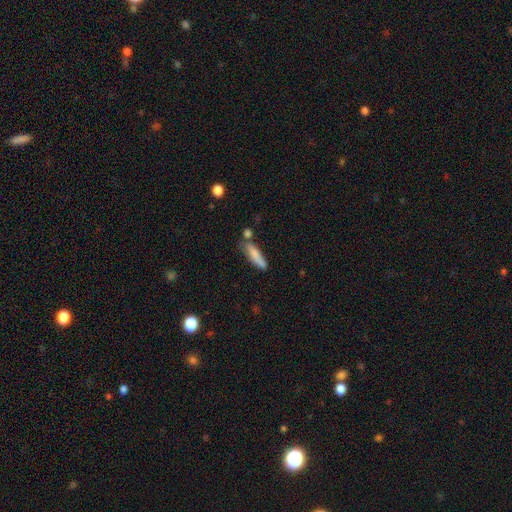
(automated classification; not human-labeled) smooth_or_featured: smooth (p=0.78) [alt: featured or disk p=0.16]
how_rounded: cigar-shaped (p=0.77) [alt: in between p=0.21]
merging: none (p=0.58) [alt: minor disturbance p=0.22]